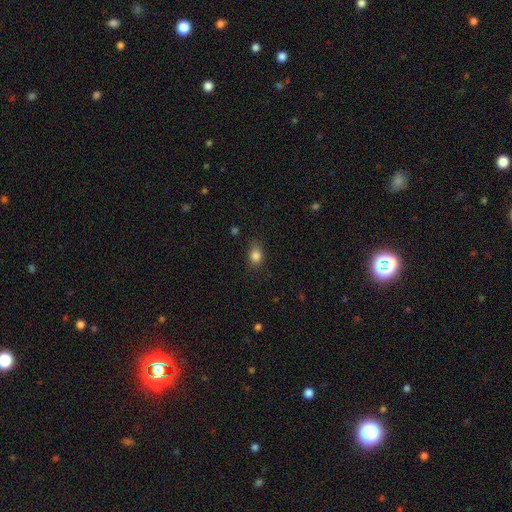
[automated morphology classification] Smooth or featured? Predicted: smooth (p=0.84). How rounded? Predicted: in between (p=0.63). Merging? Predicted: none (p=0.79).